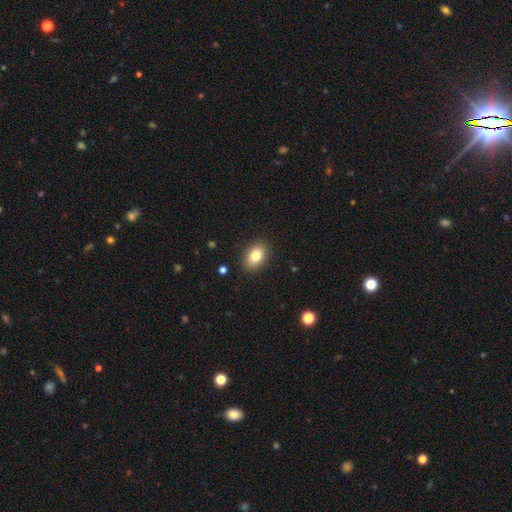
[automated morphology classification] A smooth galaxy with no disk features (82%) that is in between round and cigar-shaped (84%). Merging: none (88%).